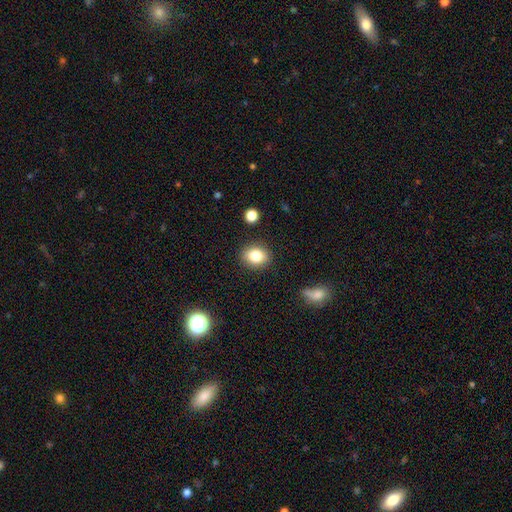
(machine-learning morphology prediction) The model was most divided on "how rounded": round: 52%, in between: 47%, cigar-shaped: 1%. More confident: merging — none (87%); smooth or featured — smooth (83%).